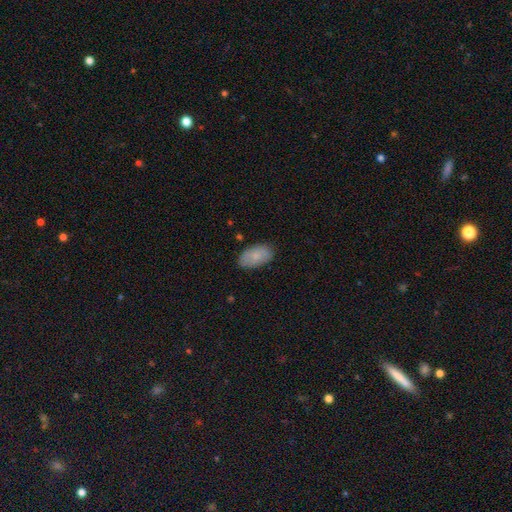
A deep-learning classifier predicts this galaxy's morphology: This appears to be a smooth galaxy with no disk features (79%) that is in between round and cigar-shaped (94%). Merging: none (81%).